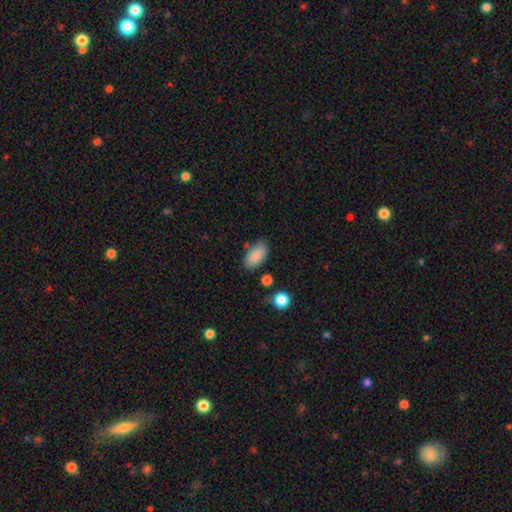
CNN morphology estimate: A smooth galaxy with no disk features (87%) that is in between round and cigar-shaped (93%).

Vote fractions:
- Smooth or featured? smooth: 87% / star or artifact: 7% / featured or disk: 6%
- How rounded? in between: 93% / round: 4% / cigar-shaped: 3%
- Merging? none: 74% / minor disturbance: 17% / merger: 5% / major disturbance: 4%